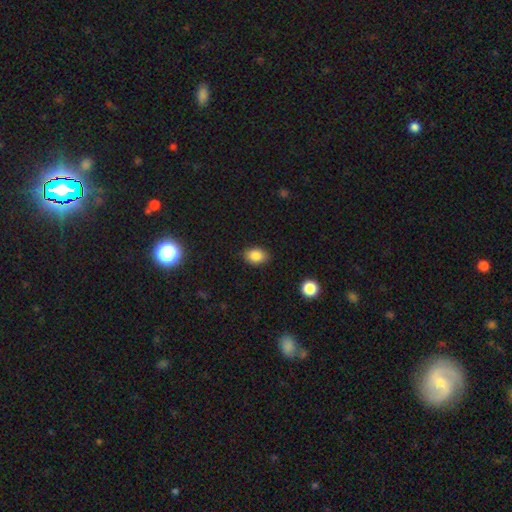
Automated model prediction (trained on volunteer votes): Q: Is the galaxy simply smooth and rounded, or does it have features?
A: smooth — 86%.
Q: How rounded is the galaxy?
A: in between — 80%.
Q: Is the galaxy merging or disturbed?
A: none — 86%.